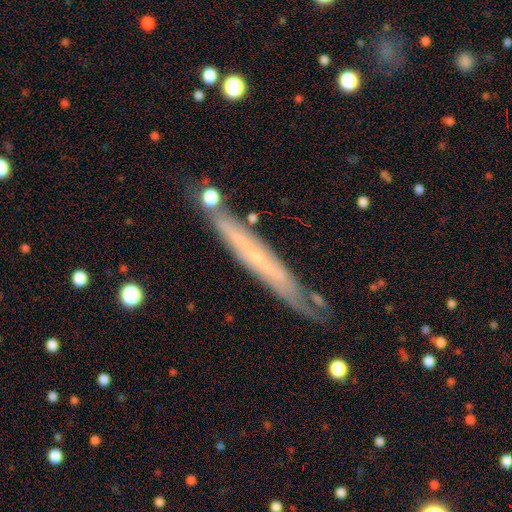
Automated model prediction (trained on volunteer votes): This appears to be a featured or disk galaxy (67%) viewed edge-on (80%) with no central bulge (58%). Merging: none (75%).